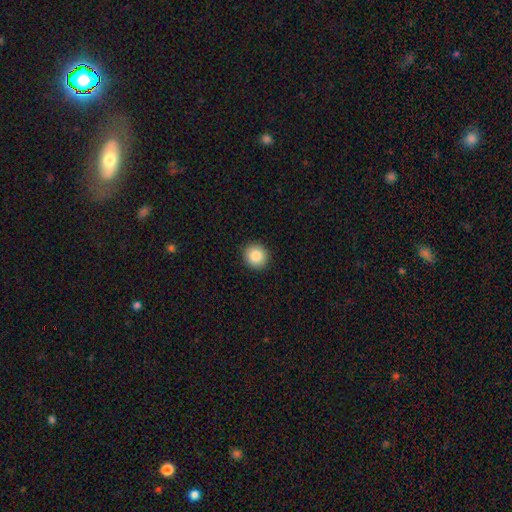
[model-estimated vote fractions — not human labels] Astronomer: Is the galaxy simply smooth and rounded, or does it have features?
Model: smooth — 87%.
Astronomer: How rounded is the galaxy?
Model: round — 91%.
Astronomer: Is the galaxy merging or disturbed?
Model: none — 92%.